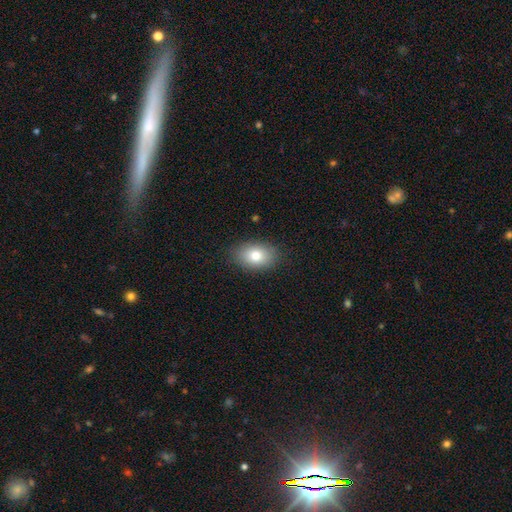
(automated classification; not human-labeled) A smooth galaxy with no disk features (80%) that is in between round and cigar-shaped (84%). Merging: none (86%).